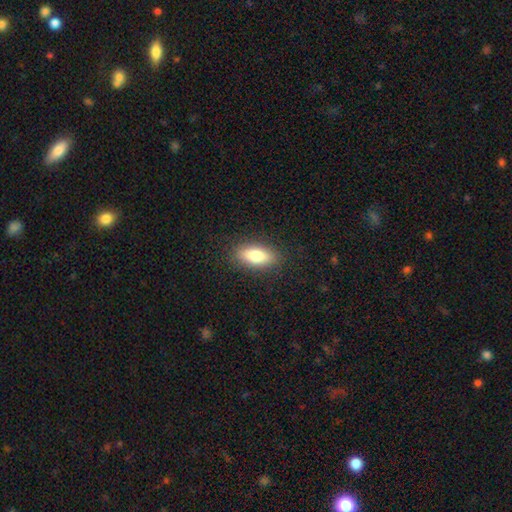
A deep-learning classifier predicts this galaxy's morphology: smooth-or-featured: smooth: 79% | featured or disk: 14% | star or artifact: 7%
  how-rounded: in between: 80% | cigar-shaped: 16% | round: 4%
  merging: none: 87% | minor disturbance: 9% | major disturbance: 3% | merger: 1%